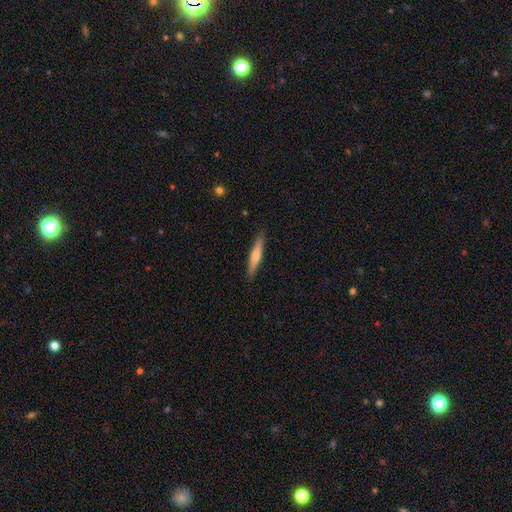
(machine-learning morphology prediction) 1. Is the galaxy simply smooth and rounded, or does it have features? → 66% smooth, 28% featured or disk, 5% star or artifact.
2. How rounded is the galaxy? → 91% cigar-shaped, 8% in between, 1% round.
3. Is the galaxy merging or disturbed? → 89% none, 8% minor disturbance, 2% major disturbance, 1% merger.